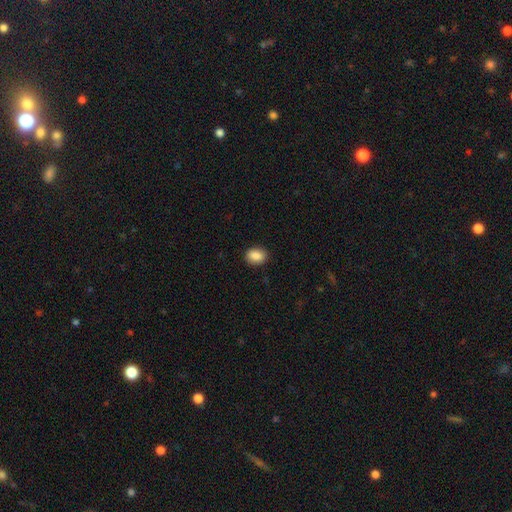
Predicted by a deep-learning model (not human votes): This is clearly a smooth galaxy (88%). How rounded: likely in between (68%). Merging: clearly none (88%).